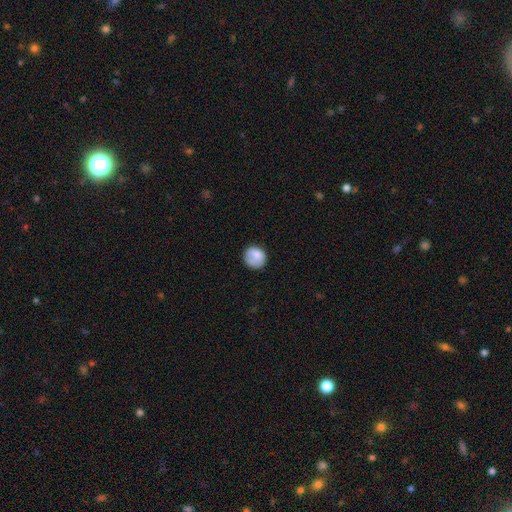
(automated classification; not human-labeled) Smooth or featured? smooth (80%)
How rounded? round (82%)
Merging? none (71%)